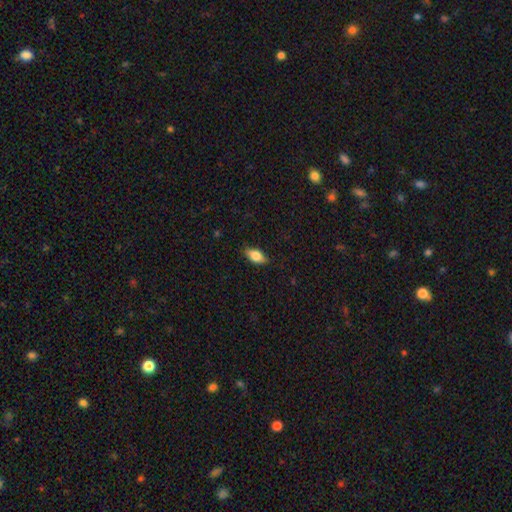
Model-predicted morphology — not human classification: type=smooth (77%); roundness=in between (87%); merging=none (83%).